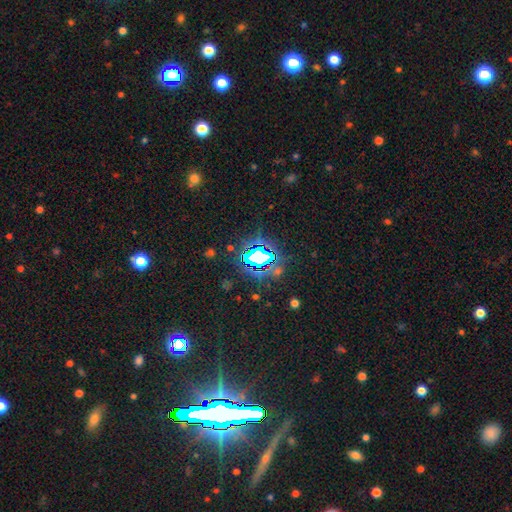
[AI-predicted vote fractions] Smooth or featured?
  - star or artifact: 72% *
  - smooth: 16%
  - featured or disk: 12%